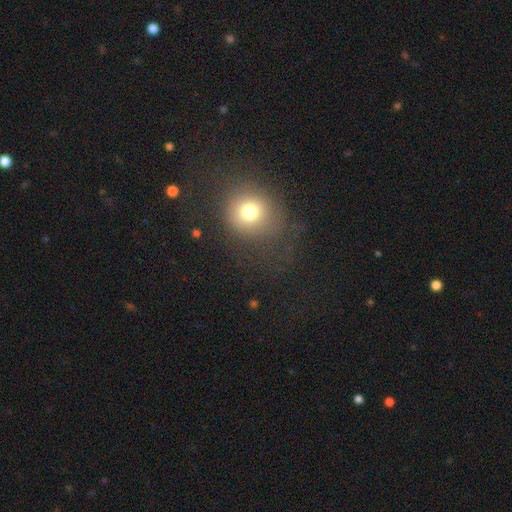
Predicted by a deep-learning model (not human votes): A smooth galaxy with no disk features (63%) that is round (75%).

Vote fractions:
- Smooth or featured? smooth: 63% / star or artifact: 26% / featured or disk: 10%
- How rounded? round: 75% / in between: 24% / cigar-shaped: 1%
- Merging? none: 77% / minor disturbance: 14% / major disturbance: 8% / merger: 2%